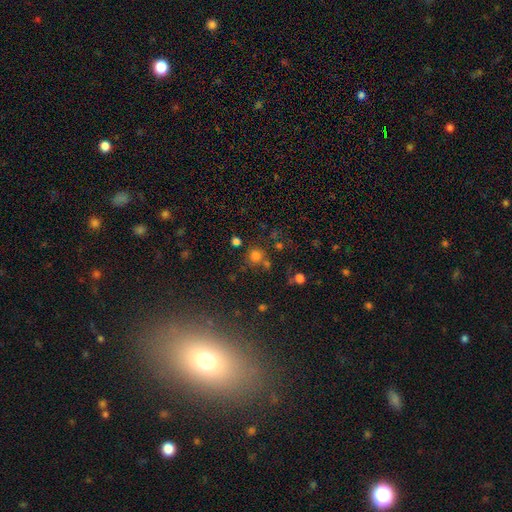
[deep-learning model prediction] This is likely a smooth galaxy (75%). How rounded: clearly round (90%). Merging: likely none (70%).